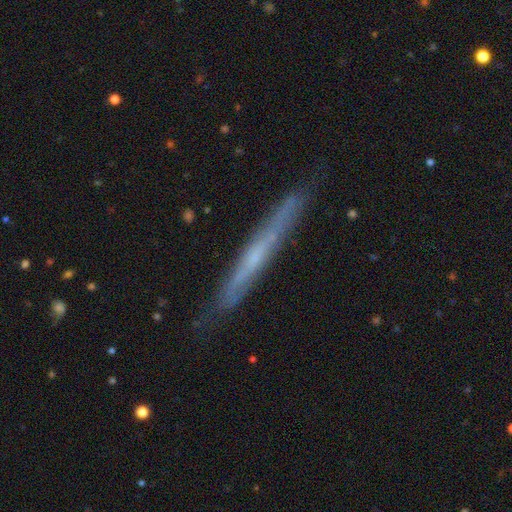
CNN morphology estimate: Overall: featured or disk (61%; smooth 31%). Edge-on disk: yes (92%). Edge-on bulge: none (73%). Merging: none (85%).